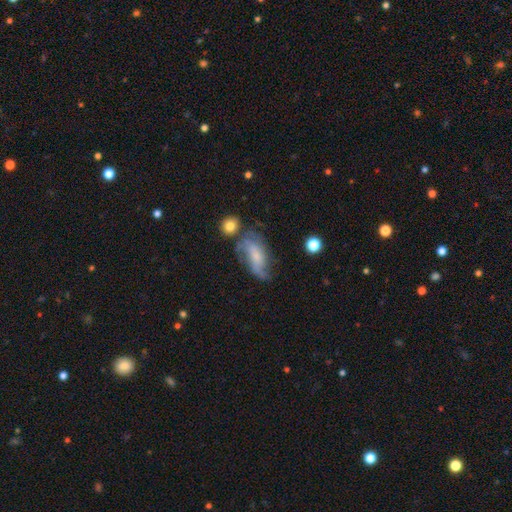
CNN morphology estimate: Q: Smooth or featured?
A: featured or disk (60%); runner-up: smooth (31%)
Q: Edge-on disk?
A: no (91%); runner-up: yes (9%)
Q: Bar?
A: no (60%); runner-up: weak (32%)
Q: Spiral arms?
A: yes (82%); runner-up: no (18%)
Q: Bulge size?
A: small (42%); runner-up: moderate (29%)
Q: Merging?
A: none (40%); runner-up: minor disturbance (27%)